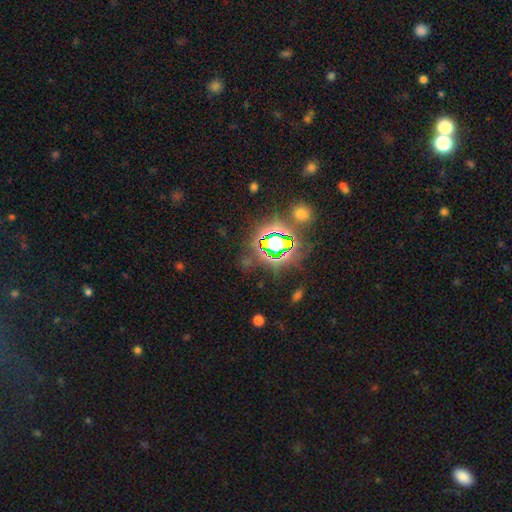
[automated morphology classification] A star or artifact, not a galaxy (79%).

Vote fractions:
- Smooth or featured? star or artifact: 79% / smooth: 13% / featured or disk: 8%